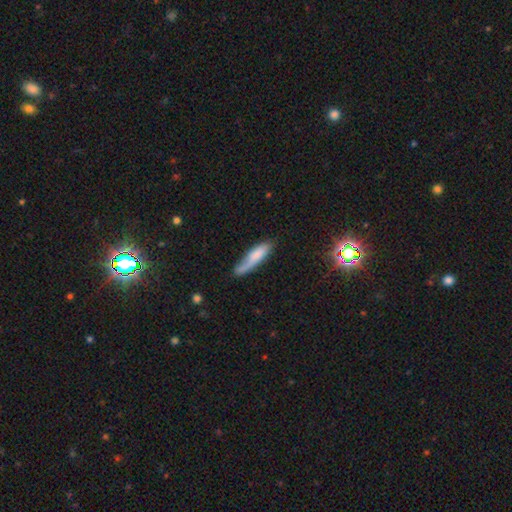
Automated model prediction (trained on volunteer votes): This is likely a smooth galaxy (71%). How rounded: likely cigar-shaped (69%). Merging: possibly none (50%).